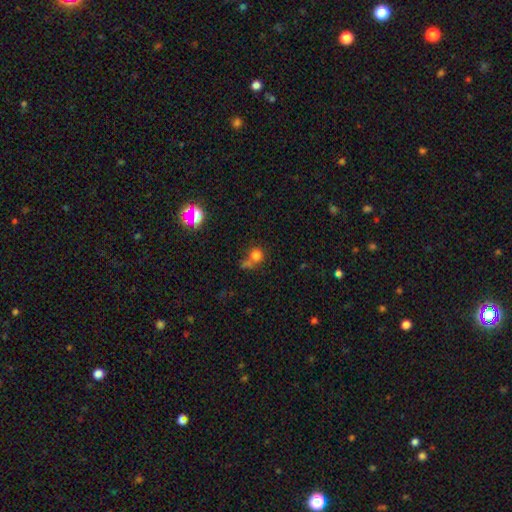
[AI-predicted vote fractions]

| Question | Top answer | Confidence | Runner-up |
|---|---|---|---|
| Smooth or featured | smooth | 76% | star or artifact (16%) |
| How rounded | round | 86% | in between (12%) |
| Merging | none | 49% | merger (32%) |